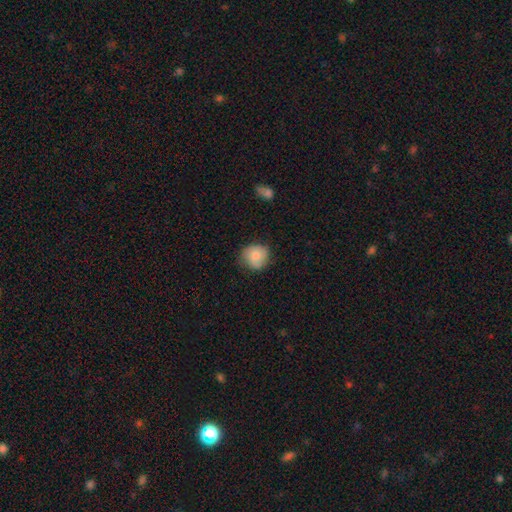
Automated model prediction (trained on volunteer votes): Morphology: type=smooth (76%); roundness=round (82%); merging=none (68%).